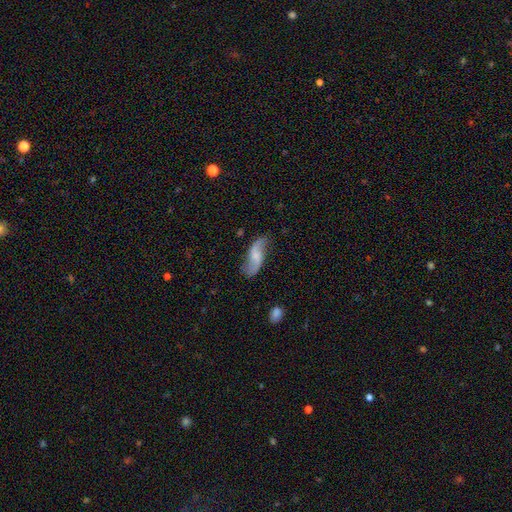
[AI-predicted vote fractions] A featured or disk galaxy (70%) with a weak bar (44%, tied with no), 2 (92%) loose (83%) spiral arms (94%) and a small central bulge (39%). Merging: none (75%).